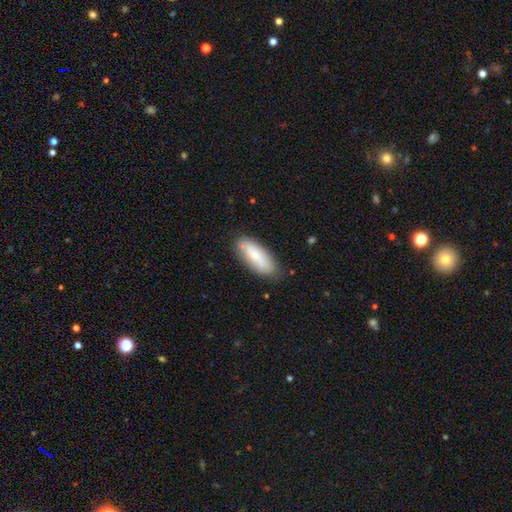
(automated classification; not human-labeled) Smooth or featured?
  - smooth: 65% *
  - featured or disk: 29%
  - star or artifact: 6%
How rounded?
  - in between: 77% *
  - cigar-shaped: 21%
  - round: 2%
Merging?
  - none: 78% *
  - minor disturbance: 16%
  - major disturbance: 3%
  - merger: 2%